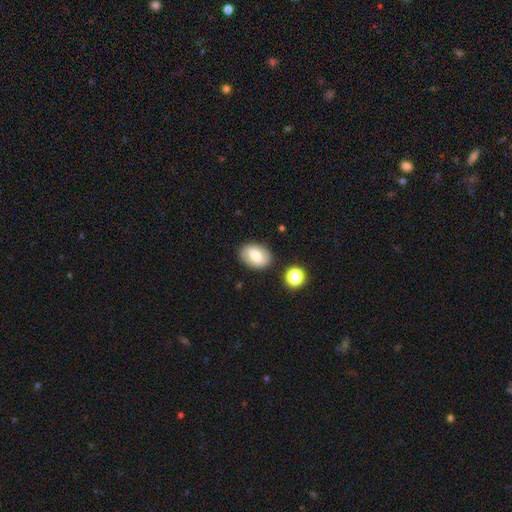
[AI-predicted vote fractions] Morphology: type=smooth (67%); roundness=in between (83%); merging=none (84%).